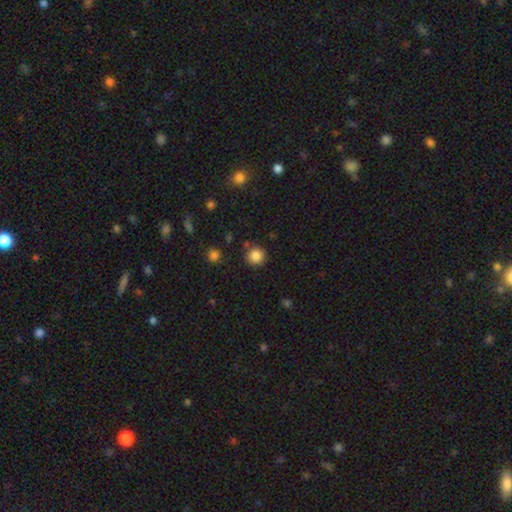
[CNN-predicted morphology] Smooth or featured? Predicted: smooth (p=0.84). How rounded? Predicted: round (p=0.94). Merging? Predicted: none (p=0.86).